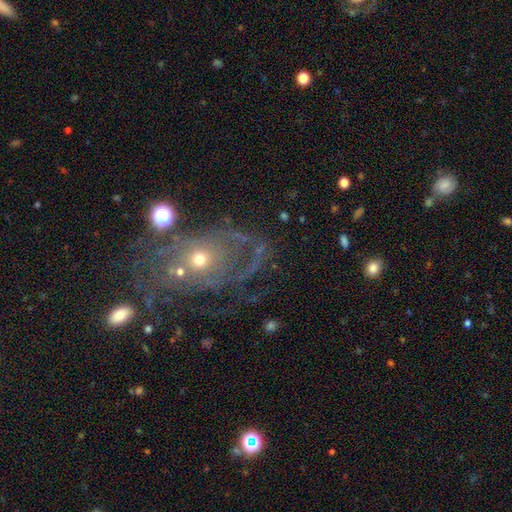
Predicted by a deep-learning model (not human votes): This appears to be a featured or disk galaxy (68%) with no bar (84%), spiral arms (66%) and a small central bulge (55%). Merging: none (50%).